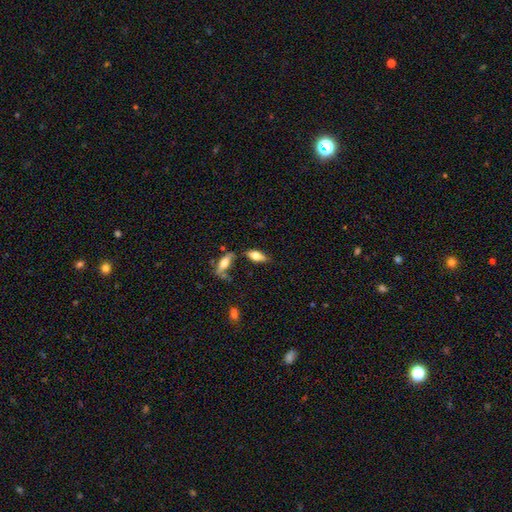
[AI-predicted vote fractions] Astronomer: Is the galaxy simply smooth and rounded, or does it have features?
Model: smooth — 64%.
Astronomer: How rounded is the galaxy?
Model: in between — 74%.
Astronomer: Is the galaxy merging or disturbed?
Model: none — 68%.